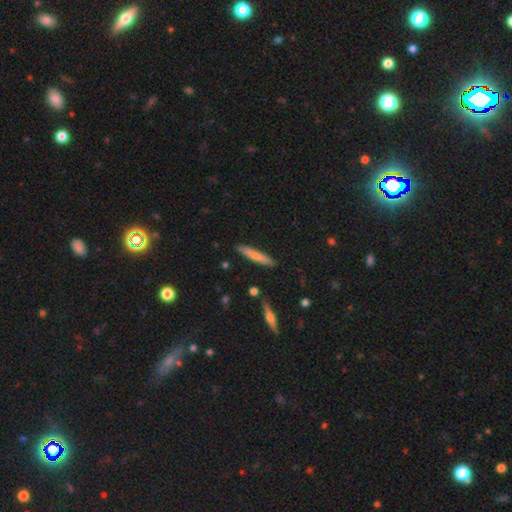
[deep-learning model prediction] Q: Smooth or featured?
A: smooth (70%); runner-up: featured or disk (24%)
Q: How rounded?
A: cigar-shaped (92%); runner-up: in between (7%)
Q: Merging?
A: none (87%); runner-up: minor disturbance (9%)